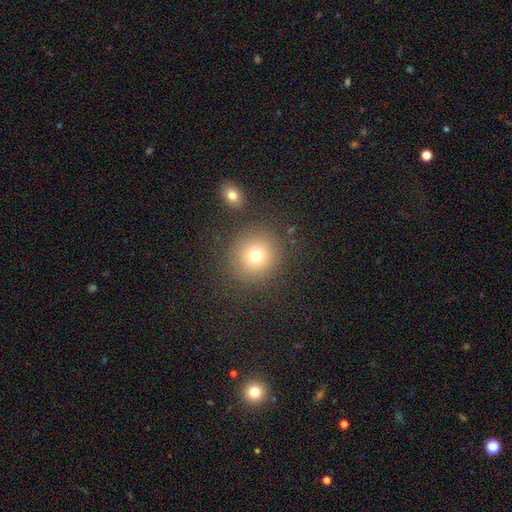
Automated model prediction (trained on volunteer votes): smooth_or_featured: smooth (p=0.73) [alt: star or artifact p=0.15]
how_rounded: round (p=0.90) [alt: in between p=0.09]
merging: none (p=0.84) [alt: minor disturbance p=0.08]